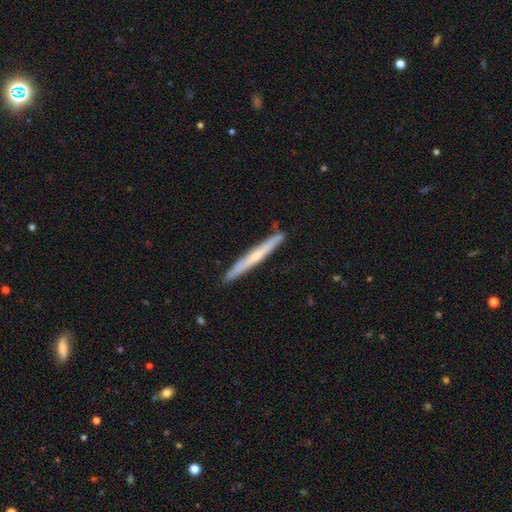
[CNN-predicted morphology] Smooth or featured? Predicted: featured or disk (p=0.52). Edge-on disk? Predicted: yes (p=0.96). Merging? Predicted: none (p=0.90).